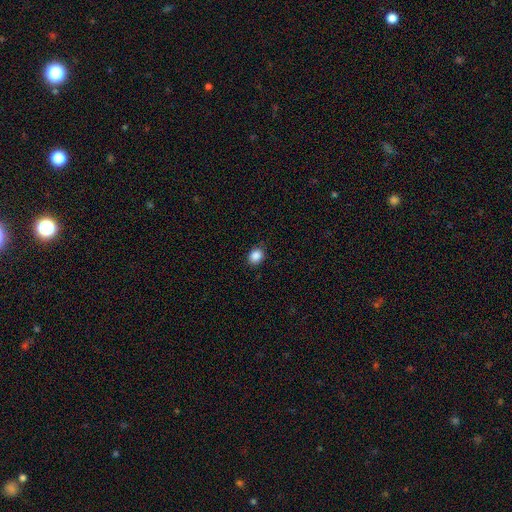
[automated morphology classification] Q: Smooth or featured?
A: smooth (87%); runner-up: star or artifact (9%)
Q: How rounded?
A: round (56%); runner-up: in between (43%)
Q: Merging?
A: none (87%); runner-up: minor disturbance (9%)